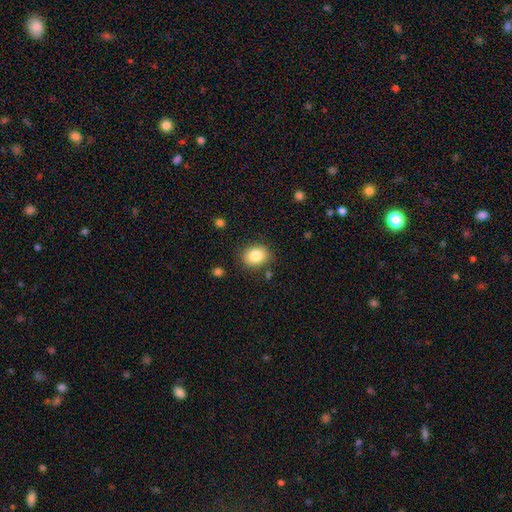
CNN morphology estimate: This appears to be a smooth galaxy with no disk features (83%) that is round (51%). Merging: none (84%).